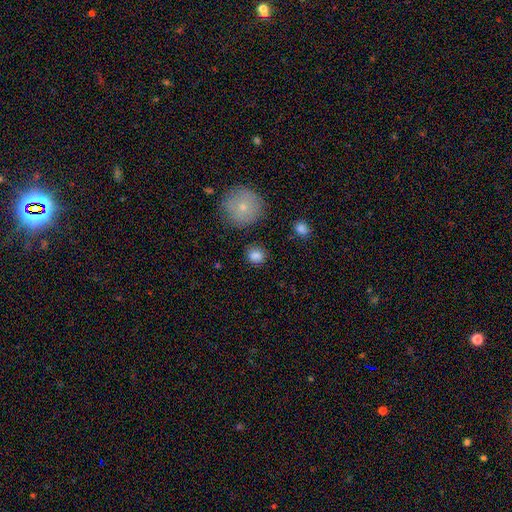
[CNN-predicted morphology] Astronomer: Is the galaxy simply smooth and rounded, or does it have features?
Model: smooth — 84%.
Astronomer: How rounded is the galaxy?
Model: round — 77%.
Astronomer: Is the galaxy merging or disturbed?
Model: none — 83%.